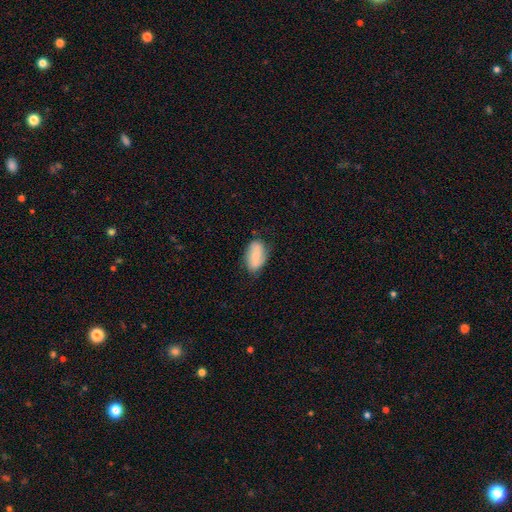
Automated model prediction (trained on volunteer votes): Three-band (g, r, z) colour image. It shows a smooth galaxy with no disk features (56%) that is in between round and cigar-shaped (91%). Merging: none (71%).